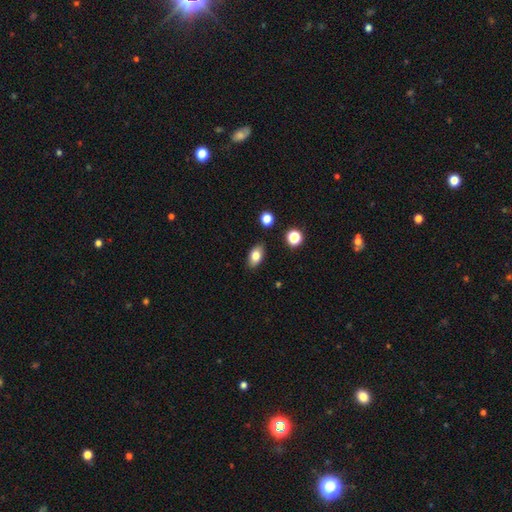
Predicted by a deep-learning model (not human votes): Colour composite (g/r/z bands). It shows a smooth galaxy with no disk features (80%) that is in between round and cigar-shaped (88%). Merging: none (86%).